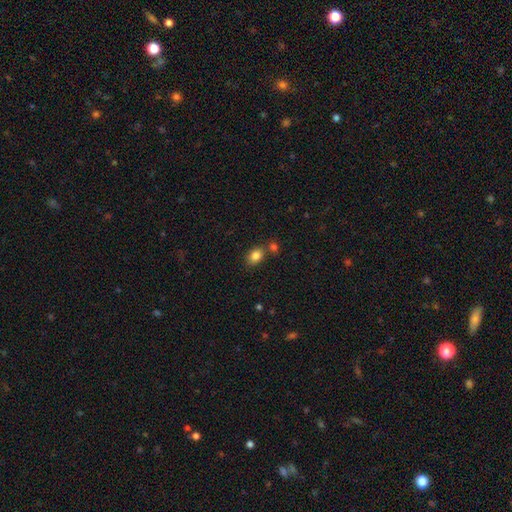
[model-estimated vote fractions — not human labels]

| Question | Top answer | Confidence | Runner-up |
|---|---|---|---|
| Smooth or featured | smooth | 84% | star or artifact (10%) |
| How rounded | in between | 69% | round (30%) |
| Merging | none | 64% | merger (21%) |